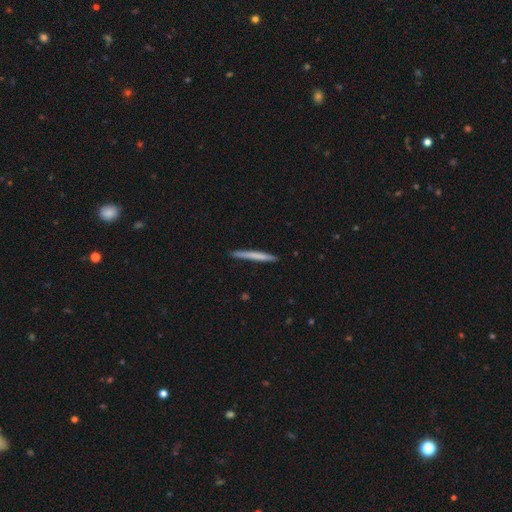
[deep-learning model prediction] Morphology: type=smooth (66%); roundness=cigar-shaped (97%); merging=none (90%).